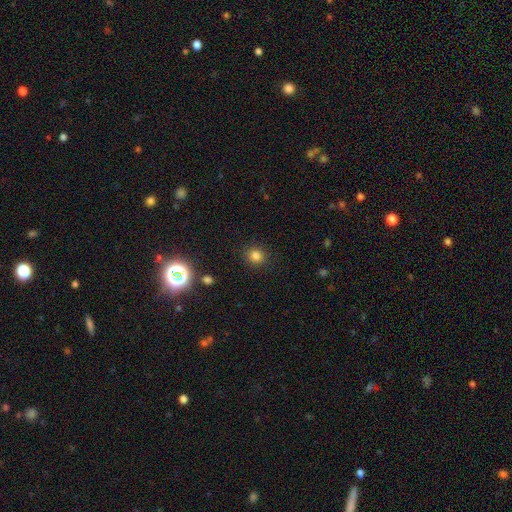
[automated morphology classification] smooth-or-featured: smooth: 80% | star or artifact: 15% | featured or disk: 5%
  how-rounded: round: 88% | in between: 11% | cigar-shaped: 1%
  merging: none: 90% | minor disturbance: 7% | major disturbance: 2% | merger: 1%